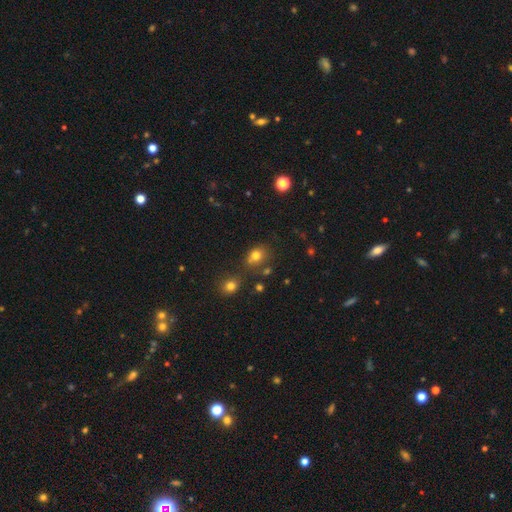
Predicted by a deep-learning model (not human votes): Smooth or featured?
  - smooth: 76% *
  - star or artifact: 15%
  - featured or disk: 9%
How rounded?
  - round: 56% *
  - in between: 42%
  - cigar-shaped: 1%
Merging?
  - none: 63% *
  - minor disturbance: 18%
  - merger: 14%
  - major disturbance: 6%